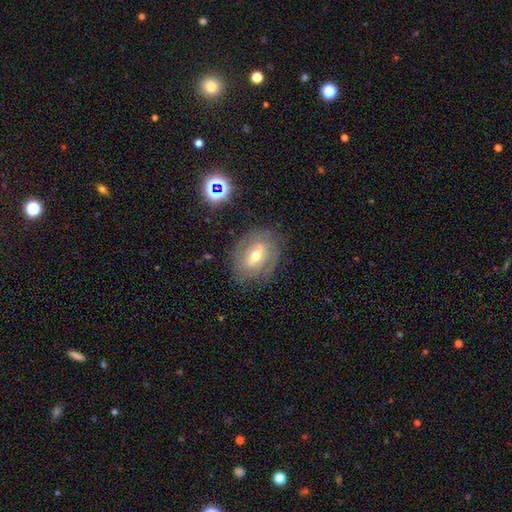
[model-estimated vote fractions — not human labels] smooth-or-featured: featured or disk: 63% | smooth: 27% | star or artifact: 10%
  disk-edge-on: no: 91% | yes: 9%
    bar: weak: 42% | strong: 34% | no: 24%
    has-spiral-arms: yes: 59% | no: 41%
    bulge-size: moderate: 66% | small: 28% | large: 4% | none: 1% | dominant: 1%
  merging: none: 73% | minor disturbance: 18% | major disturbance: 7% | merger: 2%